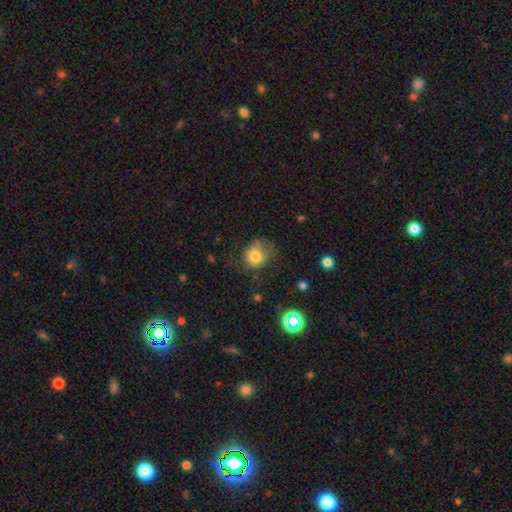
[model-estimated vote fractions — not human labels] Smooth or featured?
  - smooth: 77% *
  - featured or disk: 12%
  - star or artifact: 10%
How rounded?
  - round: 67% *
  - in between: 32%
  - cigar-shaped: 1%
Merging?
  - none: 47% *
  - minor disturbance: 30%
  - major disturbance: 21%
  - merger: 2%